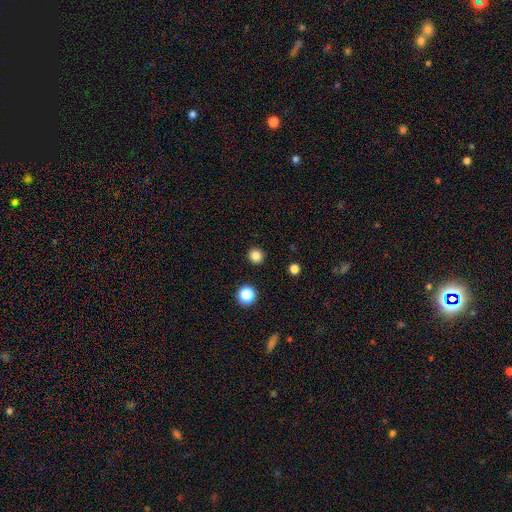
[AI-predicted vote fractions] Morphology: type=smooth (83%); roundness=round (91%); merging=none (92%).